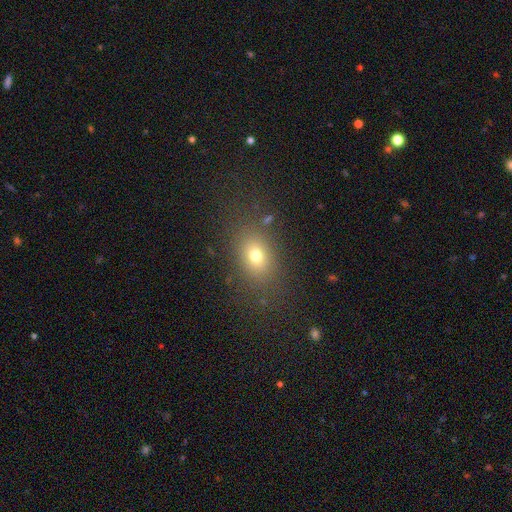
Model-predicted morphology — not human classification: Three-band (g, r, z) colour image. It shows a smooth galaxy with no disk features (72%) that is in between round and cigar-shaped (67%). Merging: none (80%).